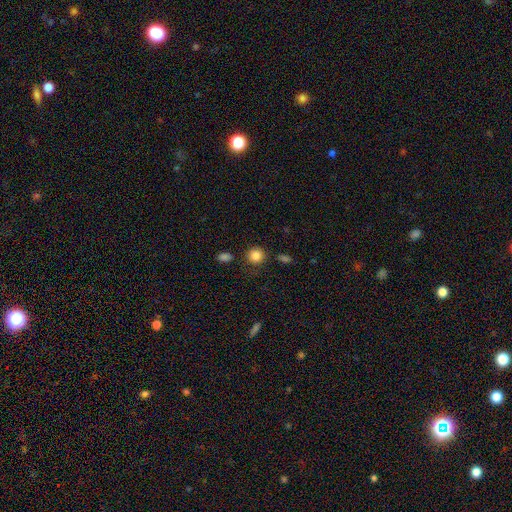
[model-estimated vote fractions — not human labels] This appears to be a smooth galaxy with no disk features (85%) that is round (87%). Merging: none (80%).